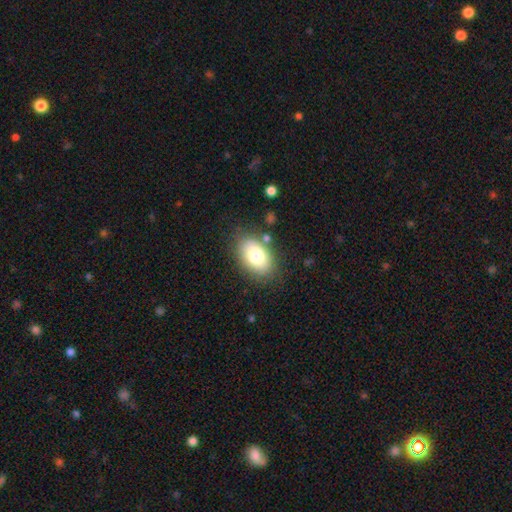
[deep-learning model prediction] Overall: smooth (78%). How rounded: in between (88%). Merging: none (79%).